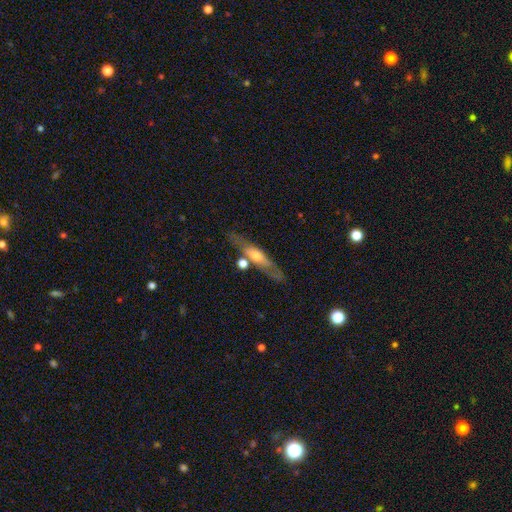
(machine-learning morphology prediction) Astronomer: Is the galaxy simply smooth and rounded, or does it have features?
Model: featured or disk — 59%.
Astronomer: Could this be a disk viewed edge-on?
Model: yes — 71%.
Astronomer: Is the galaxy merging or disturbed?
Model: none — 68%.